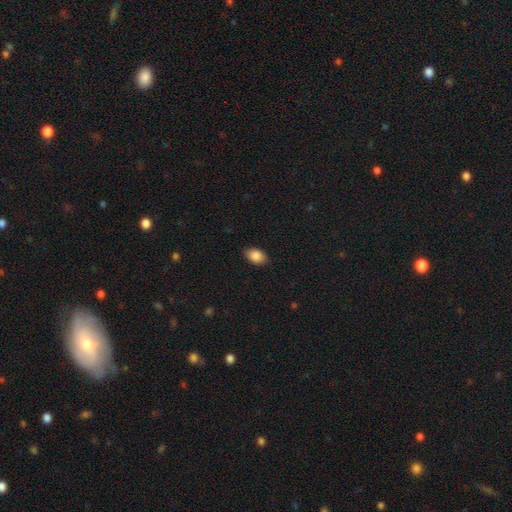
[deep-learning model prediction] smooth-or-featured: smooth: 88% | star or artifact: 8% | featured or disk: 4%
  how-rounded: in between: 88% | round: 11% | cigar-shaped: 1%
  merging: none: 87% | minor disturbance: 10% | major disturbance: 2% | merger: 1%